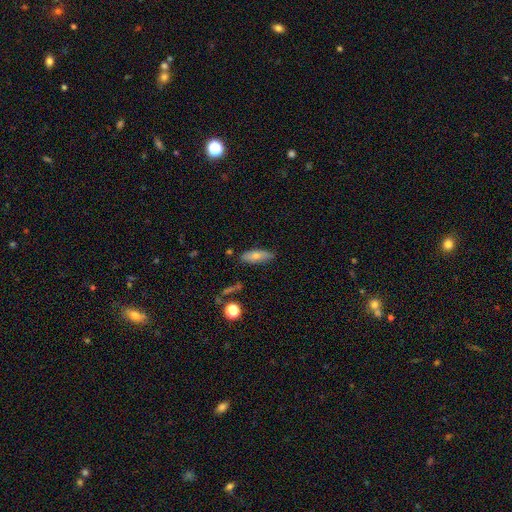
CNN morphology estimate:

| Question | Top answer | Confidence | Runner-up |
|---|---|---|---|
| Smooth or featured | smooth | 57% | featured or disk (32%) |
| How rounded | in between | 58% | cigar-shaped (38%) |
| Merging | none | 81% | minor disturbance (14%) |